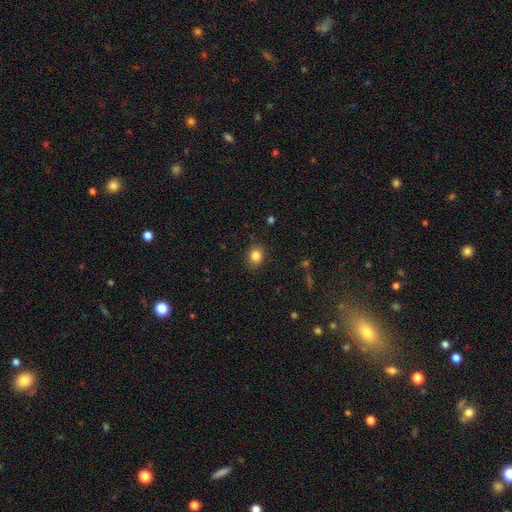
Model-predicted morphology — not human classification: Overall: smooth (84%). How rounded: round (58%; in between 41%). Merging: none (86%).